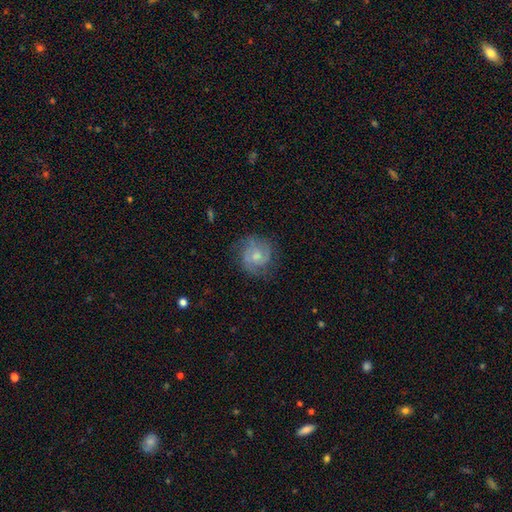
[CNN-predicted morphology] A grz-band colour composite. It shows a featured or disk galaxy (70%) with no bar (57%), 2 (71%) tight (47%) spiral arms (91%) and a moderate central bulge (50%). Merging: none (73%).